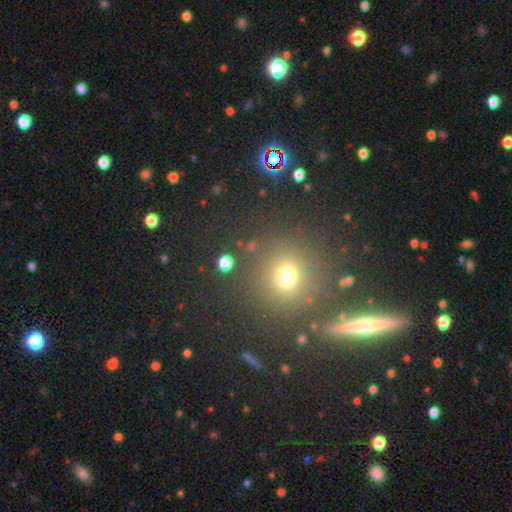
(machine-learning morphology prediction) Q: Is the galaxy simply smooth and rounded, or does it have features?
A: smooth — 49%.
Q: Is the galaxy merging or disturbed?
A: none — 82%.